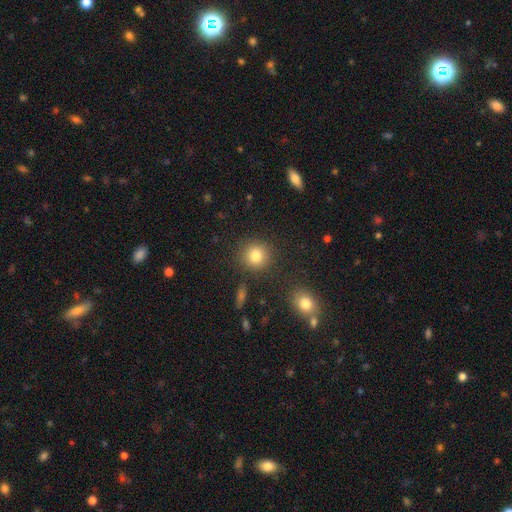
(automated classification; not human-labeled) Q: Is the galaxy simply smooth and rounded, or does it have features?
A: smooth — 82%.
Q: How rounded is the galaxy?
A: round — 88%.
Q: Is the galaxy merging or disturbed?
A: none — 86%.